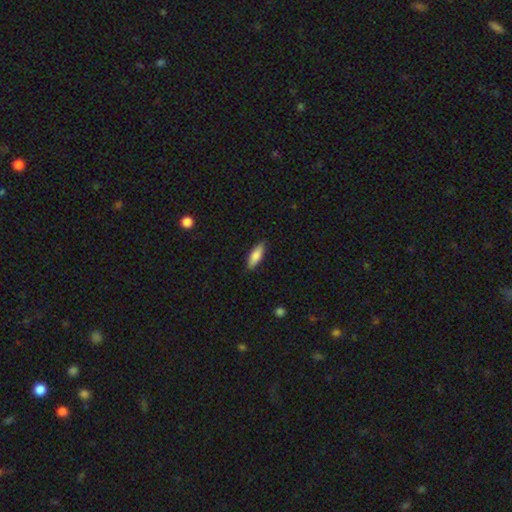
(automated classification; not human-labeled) A smooth galaxy with no disk features (81%) that is in between round and cigar-shaped (60%).

Vote fractions:
- Smooth or featured? smooth: 81% / featured or disk: 13% / star or artifact: 6%
- How rounded? in between: 60% / cigar-shaped: 38% / round: 2%
- Merging? none: 86% / minor disturbance: 10% / major disturbance: 2% / merger: 1%